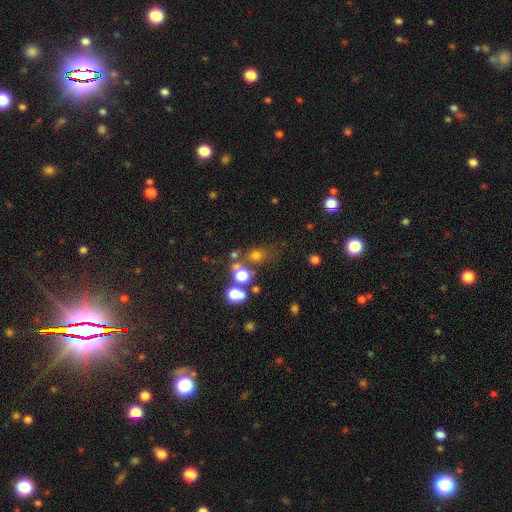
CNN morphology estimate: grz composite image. It shows a smooth galaxy with no disk features (60%) that is round (72%). Merging: none (57%).